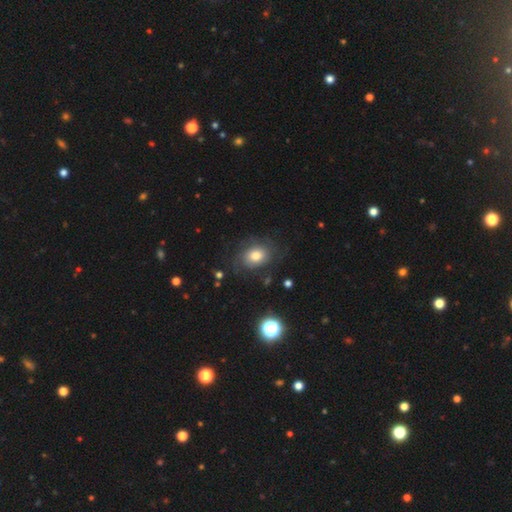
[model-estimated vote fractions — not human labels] A smooth galaxy with no disk features (53%) that is in between round and cigar-shaped (58%). Merging: none (71%).